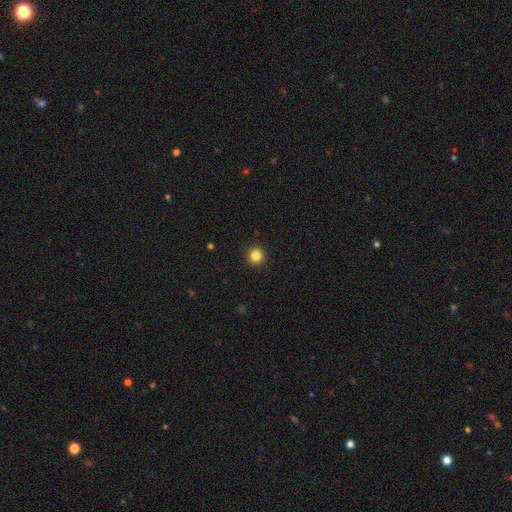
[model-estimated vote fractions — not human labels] A smooth galaxy with no disk features (84%) that is round (92%). Merging: none (93%).